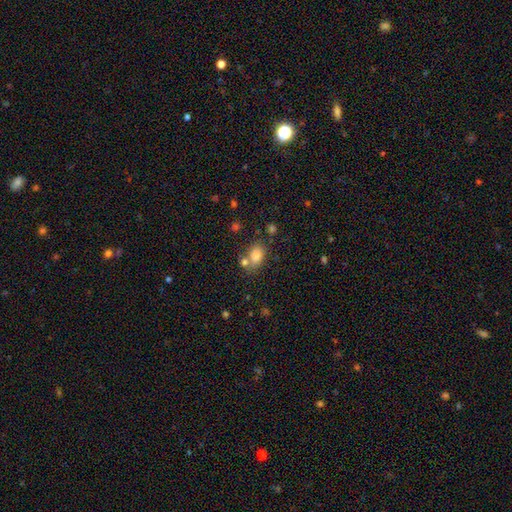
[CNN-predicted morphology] This is likely a smooth galaxy (80%). How rounded: likely in between (75%). Merging: possibly none (57%).